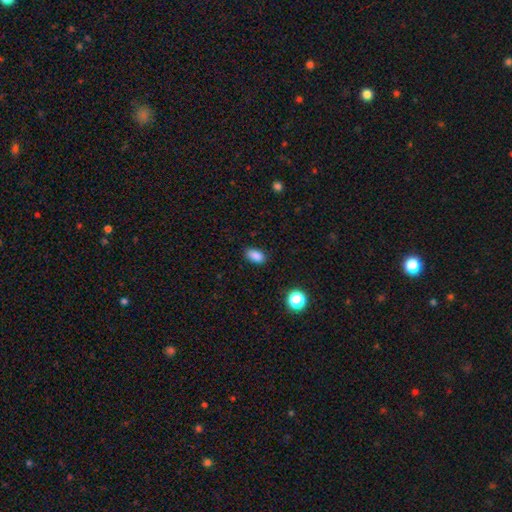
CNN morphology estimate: smooth-or-featured: smooth: 87% | star or artifact: 10% | featured or disk: 3%
  how-rounded: in between: 90% | round: 7% | cigar-shaped: 3%
  merging: none: 86% | minor disturbance: 10% | major disturbance: 2% | merger: 1%